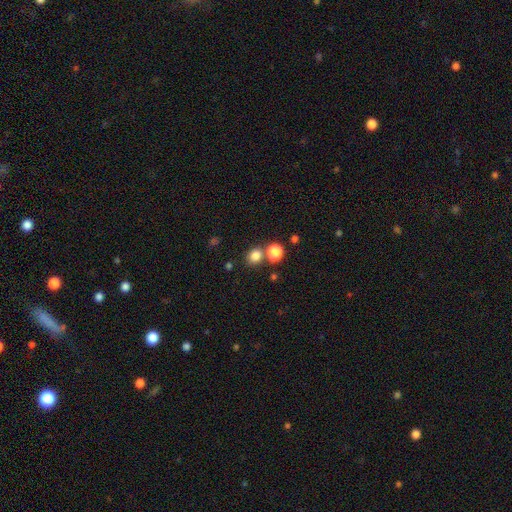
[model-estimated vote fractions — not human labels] A smooth galaxy with no disk features (81%) that is round (75%). Merging: none (66%).